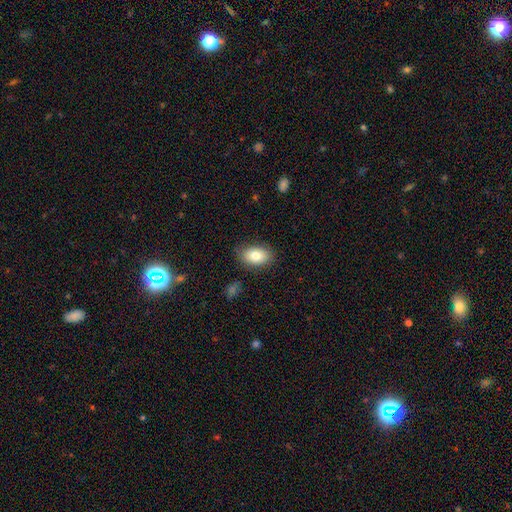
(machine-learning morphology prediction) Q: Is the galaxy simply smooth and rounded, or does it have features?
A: smooth — 80%.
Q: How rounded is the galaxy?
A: in between — 90%.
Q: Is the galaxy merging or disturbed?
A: none — 83%.